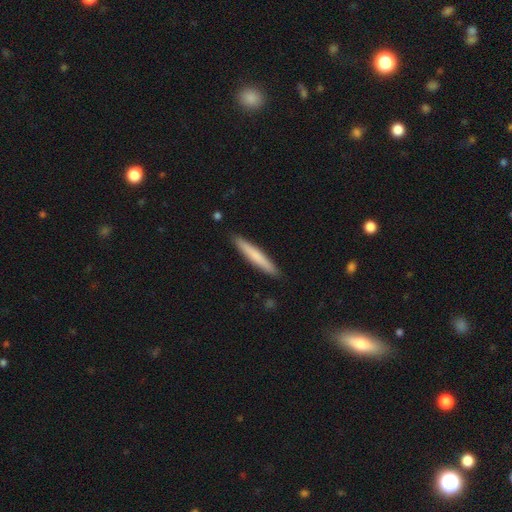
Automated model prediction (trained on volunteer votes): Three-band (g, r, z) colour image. It shows a smooth galaxy with no disk features (71%) that is cigar-shaped (95%). Merging: none (91%).